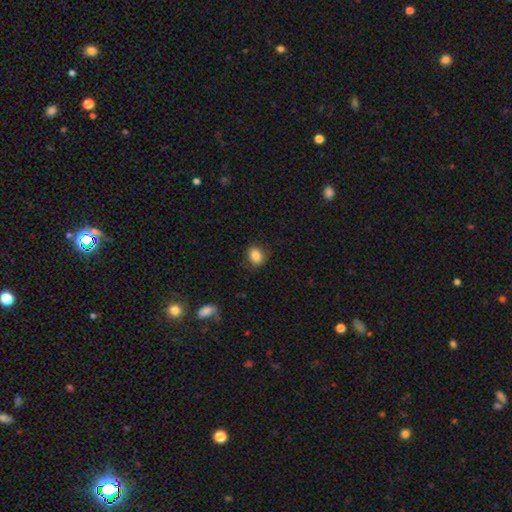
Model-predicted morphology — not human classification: Smooth or featured?
  - smooth: 84% *
  - star or artifact: 9%
  - featured or disk: 7%
How rounded?
  - in between: 54% *
  - round: 45%
  - cigar-shaped: 1%
Merging?
  - none: 81% *
  - minor disturbance: 14%
  - major disturbance: 3%
  - merger: 1%